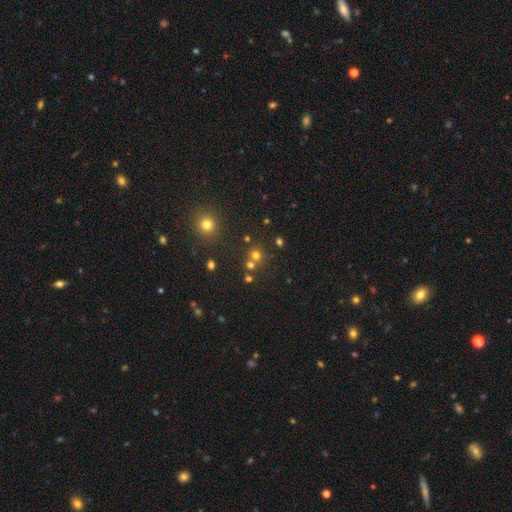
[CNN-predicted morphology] smooth_or_featured: smooth (p=0.64) [alt: star or artifact p=0.26]
how_rounded: round (p=0.88) [alt: in between p=0.11]
merging: none (p=0.64) [alt: merger p=0.26]